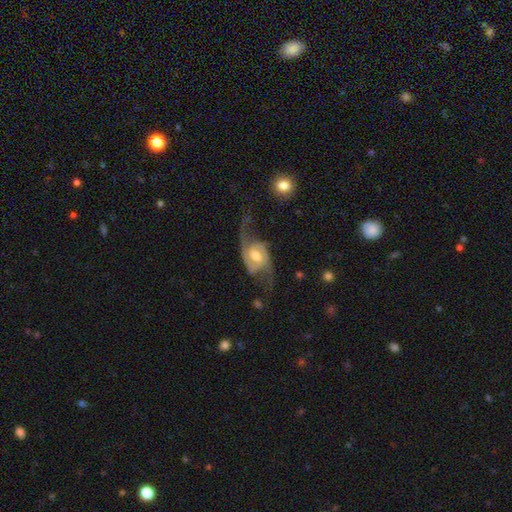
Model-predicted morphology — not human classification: featured or disk 89%, smooth 6%, star or artifact 4%. Down the decision tree: edge-on disk — no (96%); bar — weak (46%); spiral arms — yes (97%); spiral arm count — 2 (92%); spiral winding — loose (53%); bulge size — moderate (71%); merging — none (60%).